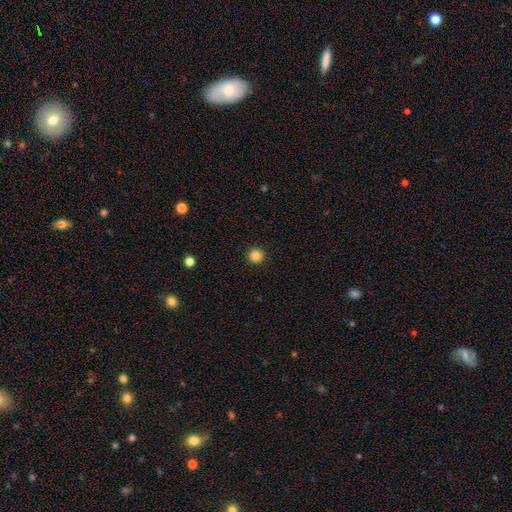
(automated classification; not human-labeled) Smooth or featured? smooth (85%)
How rounded? round (95%)
Merging? none (93%)